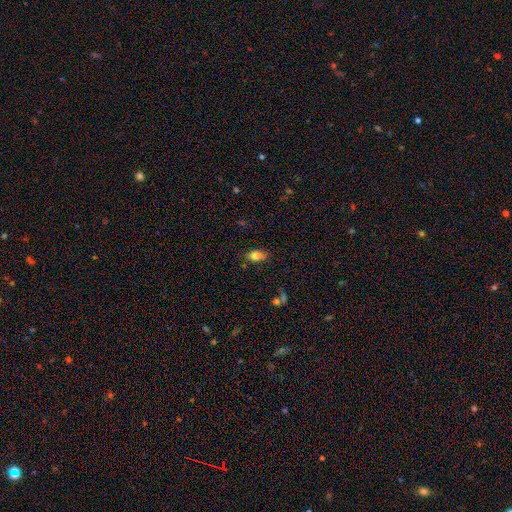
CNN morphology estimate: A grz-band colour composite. It shows a smooth galaxy with no disk features (81%) that is in between round and cigar-shaped (88%). Merging: none (78%).